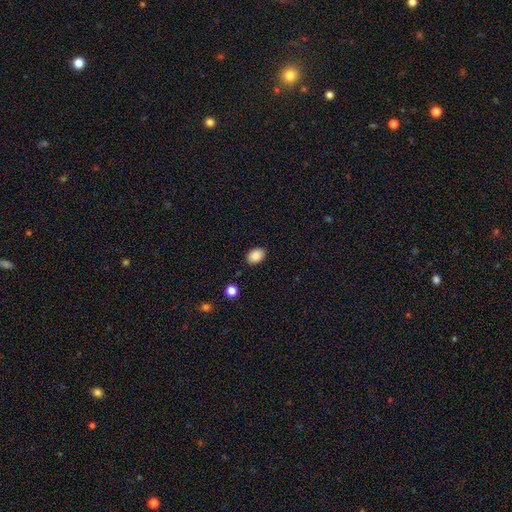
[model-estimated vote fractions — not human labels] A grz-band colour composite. It shows a smooth galaxy with no disk features (88%) that is in between round and cigar-shaped (83%). Merging: none (87%).